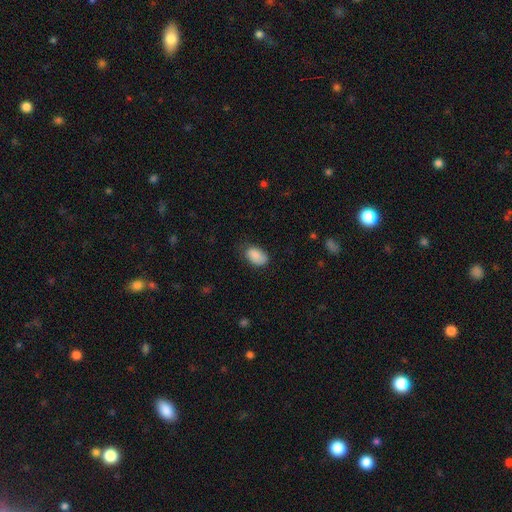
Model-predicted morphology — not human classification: smooth 86%, featured or disk 7%, star or artifact 7%. Down the decision tree: how rounded — in between (91%); merging — none (63%).